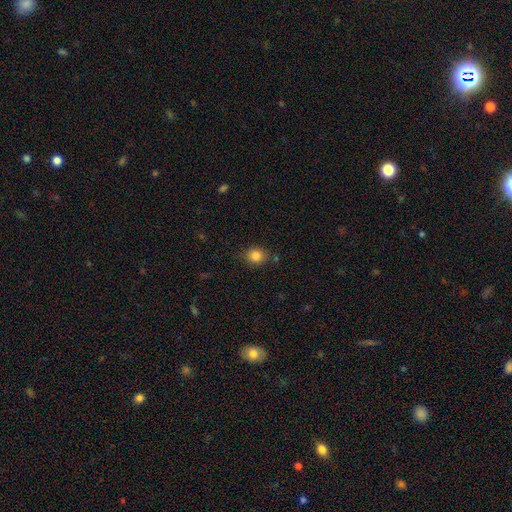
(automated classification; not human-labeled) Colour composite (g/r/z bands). It shows a smooth galaxy with no disk features (83%) that is round (70%). Merging: none (82%).